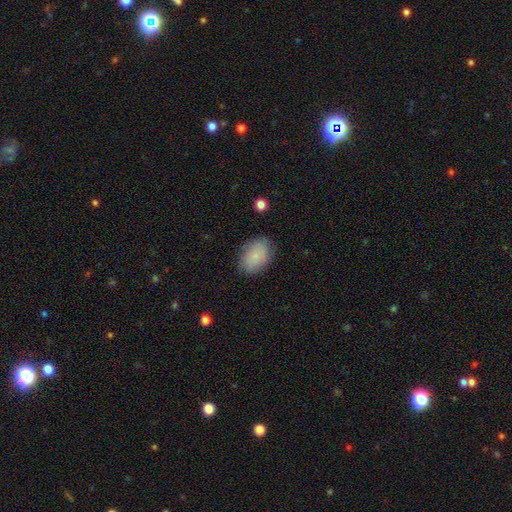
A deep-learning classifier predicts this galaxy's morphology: Overall: smooth (84%). How rounded: in between (87%). Merging: none (81%).